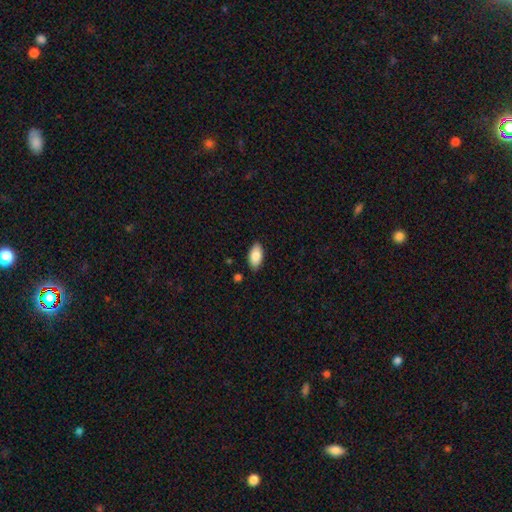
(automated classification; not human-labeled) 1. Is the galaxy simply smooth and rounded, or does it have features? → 86% smooth, 8% featured or disk, 6% star or artifact.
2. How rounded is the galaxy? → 94% in between, 4% cigar-shaped, 2% round.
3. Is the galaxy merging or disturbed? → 86% none, 10% minor disturbance, 2% major disturbance, 2% merger.